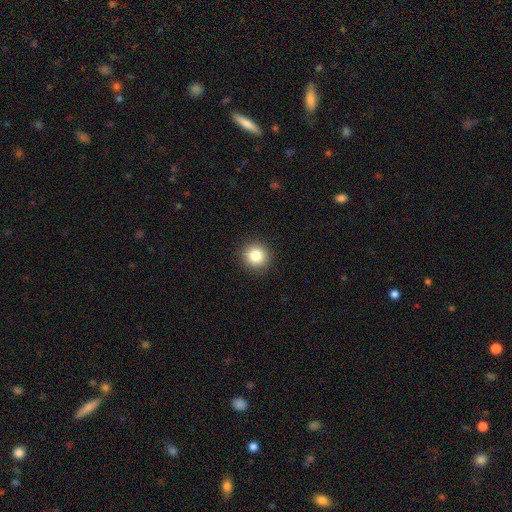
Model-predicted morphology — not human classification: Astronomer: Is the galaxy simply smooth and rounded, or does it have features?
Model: smooth — 83%.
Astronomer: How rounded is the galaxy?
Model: round — 94%.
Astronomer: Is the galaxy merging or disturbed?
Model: none — 92%.